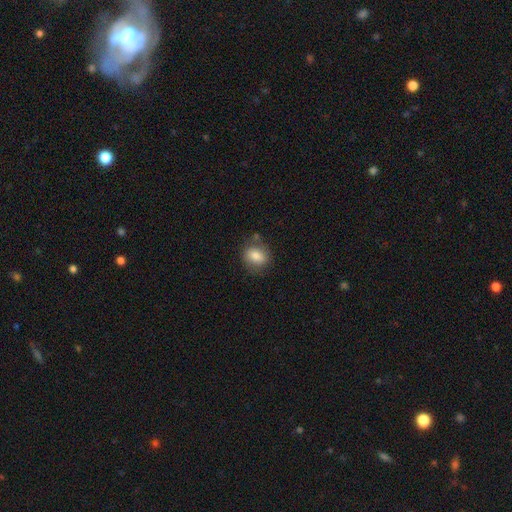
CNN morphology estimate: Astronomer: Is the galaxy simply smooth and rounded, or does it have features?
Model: smooth — 81%.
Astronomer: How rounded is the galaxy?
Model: in between — 53% (runner-up: round, 46%).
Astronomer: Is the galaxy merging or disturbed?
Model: none — 75%.